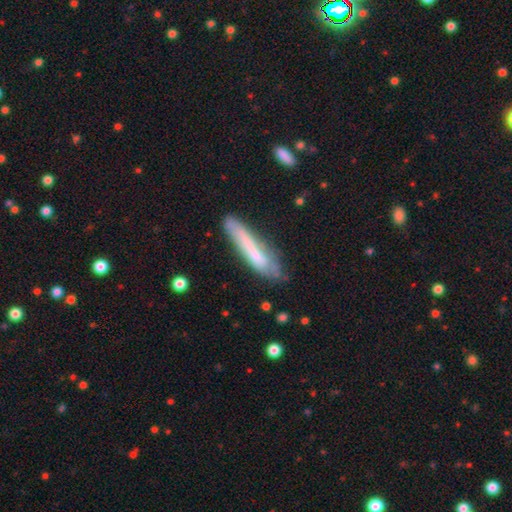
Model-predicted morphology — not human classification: Overall: smooth (61%; featured or disk 33%). How rounded: cigar-shaped (82%). Merging: none (57%; minor disturbance 26%).